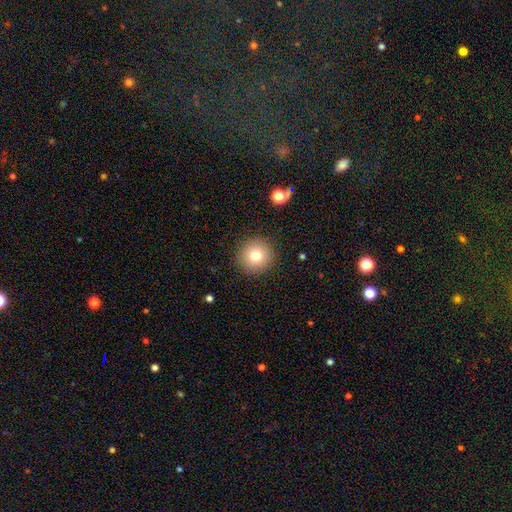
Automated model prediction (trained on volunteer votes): smooth-or-featured: smooth: 77% | star or artifact: 12% | featured or disk: 11%
  how-rounded: round: 95% | in between: 4% | cigar-shaped: 1%
  merging: none: 91% | minor disturbance: 6% | major disturbance: 2% | merger: 1%